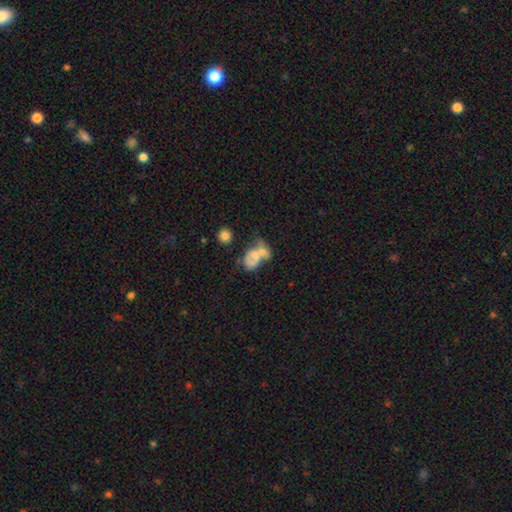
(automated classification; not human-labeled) Smooth or featured: smooth — 50% (featured or disk — 40%)
Merging: merger — 62% (none — 14%)